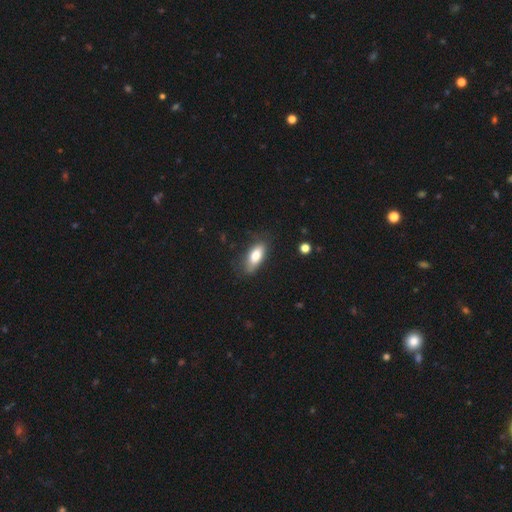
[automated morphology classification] Smooth or featured?
  - smooth: 77% *
  - featured or disk: 17%
  - star or artifact: 7%
How rounded?
  - in between: 80% *
  - cigar-shaped: 17%
  - round: 3%
Merging?
  - none: 71% *
  - minor disturbance: 21%
  - major disturbance: 6%
  - merger: 2%